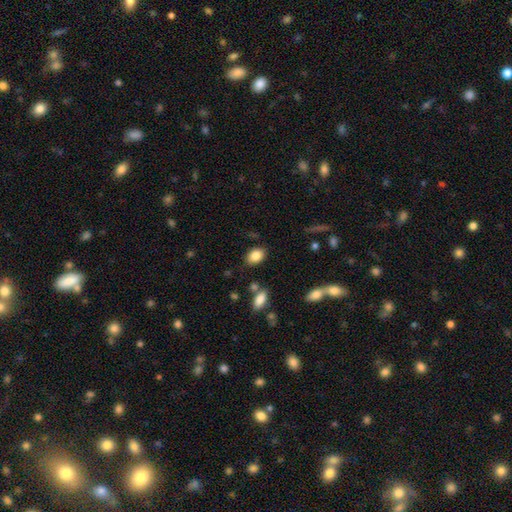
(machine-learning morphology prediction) This appears to be a smooth galaxy with no disk features (84%) that is in between round and cigar-shaped (82%). Merging: none (81%).